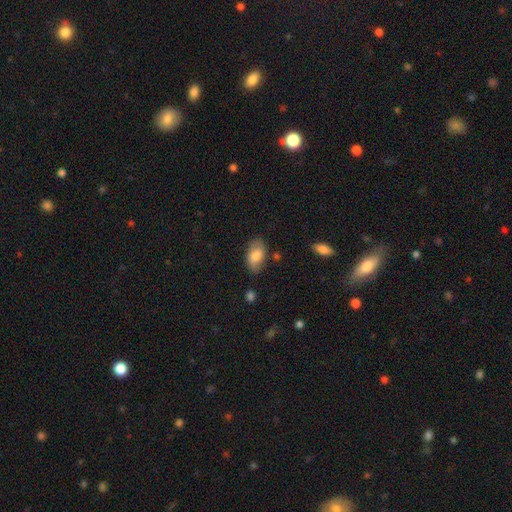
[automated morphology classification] Q: Smooth or featured?
A: smooth (78%); runner-up: featured or disk (15%)
Q: How rounded?
A: in between (93%); runner-up: round (5%)
Q: Merging?
A: none (76%); runner-up: minor disturbance (18%)